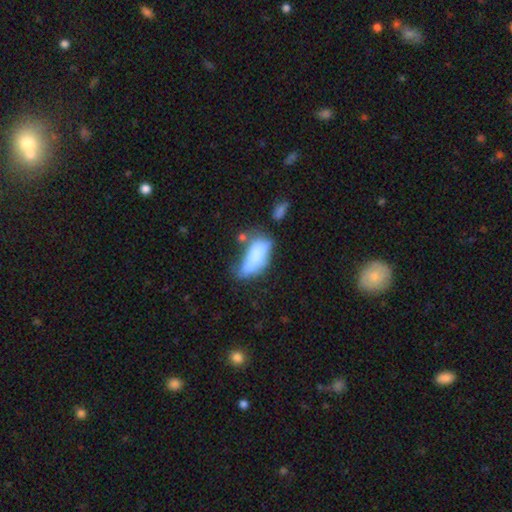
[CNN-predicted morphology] A smooth galaxy with no disk features (65%) that is in between round and cigar-shaped (75%). Merging: none (26%, tied with minor disturbance).